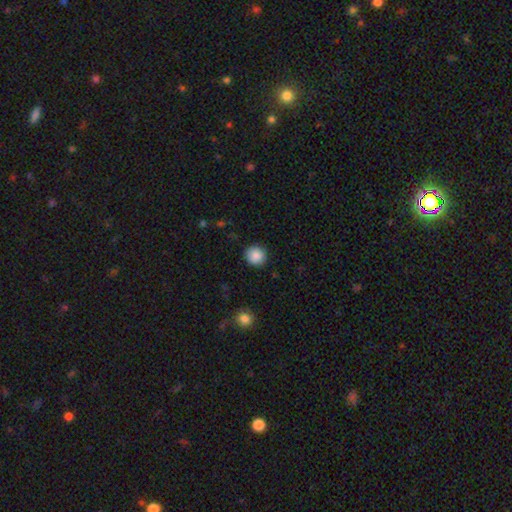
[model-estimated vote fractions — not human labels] Overall: smooth (88%). How rounded: round (93%). Merging: none (91%).